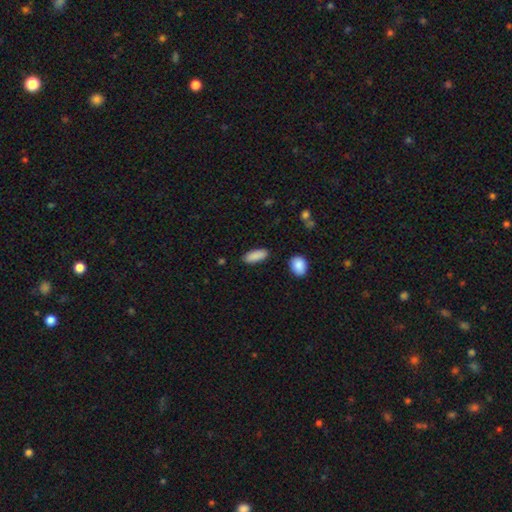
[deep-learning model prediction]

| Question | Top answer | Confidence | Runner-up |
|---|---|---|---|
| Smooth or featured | smooth | 89% | star or artifact (7%) |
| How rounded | in between | 78% | cigar-shaped (20%) |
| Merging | none | 86% | minor disturbance (9%) |